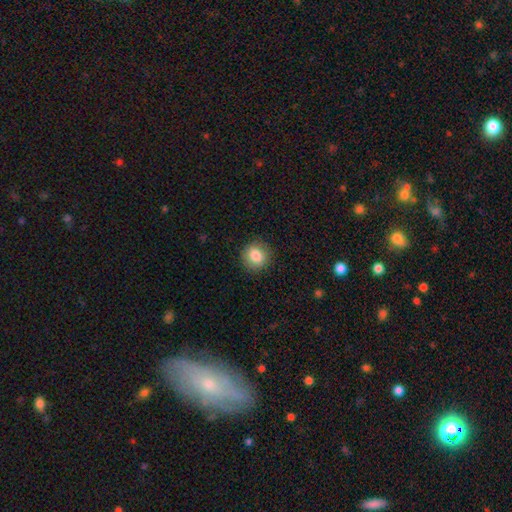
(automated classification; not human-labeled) Morphology: type=smooth (84%); roundness=round (87%); merging=none (89%).